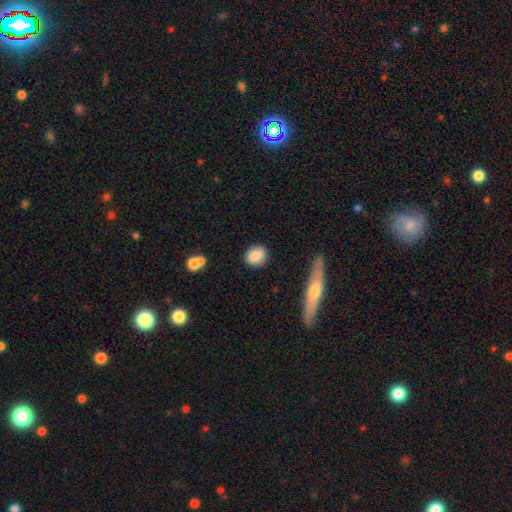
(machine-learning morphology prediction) type=smooth (85%); roundness=round (60%); merging=none (81%).